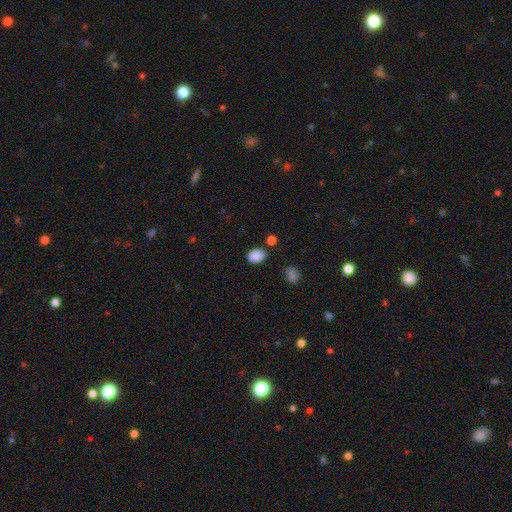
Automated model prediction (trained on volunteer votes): Smooth or featured? smooth (87%)
How rounded? in between (72%)
Merging? none (75%)